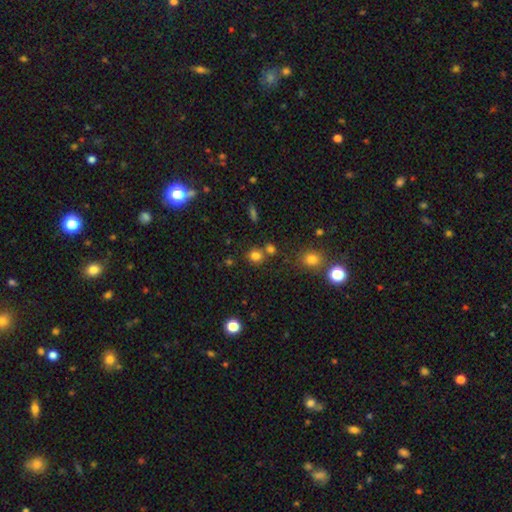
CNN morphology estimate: type=smooth (78%); roundness=round (83%); merging=none (70%).